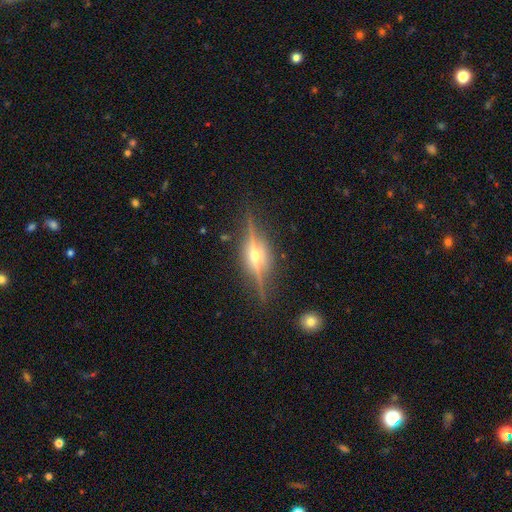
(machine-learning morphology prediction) This appears to be a featured or disk galaxy (86%) viewed edge-on (97%) with a rounded central bulge (92%). Merging: none (86%).